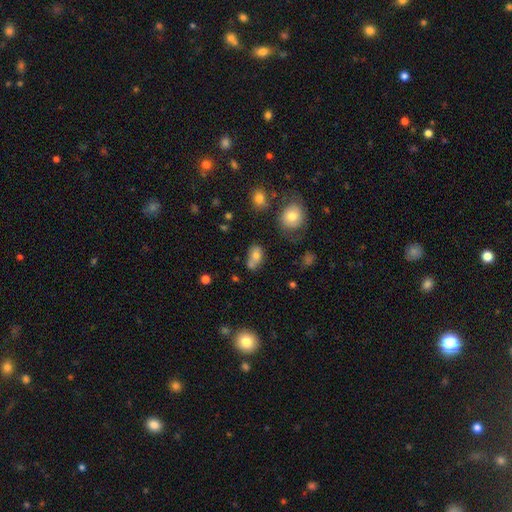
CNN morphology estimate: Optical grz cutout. It shows a smooth galaxy with no disk features (70%) that is in between round and cigar-shaped (76%). Merging: none (43%).